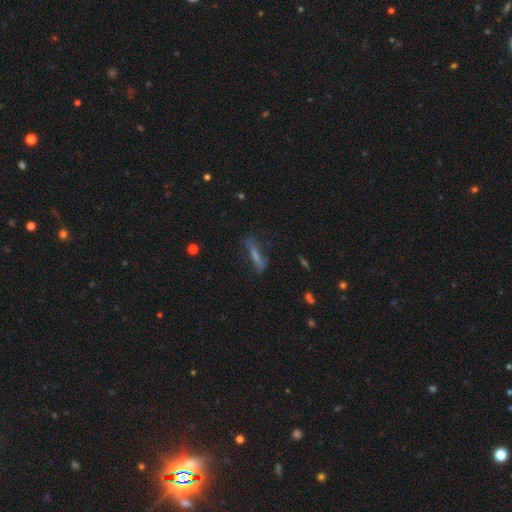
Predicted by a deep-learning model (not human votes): Smooth or featured?
  - featured or disk: 45% *
  - smooth: 37%
  - star or artifact: 18%
Merging?
  - none: 68% *
  - minor disturbance: 19%
  - major disturbance: 11%
  - merger: 3%